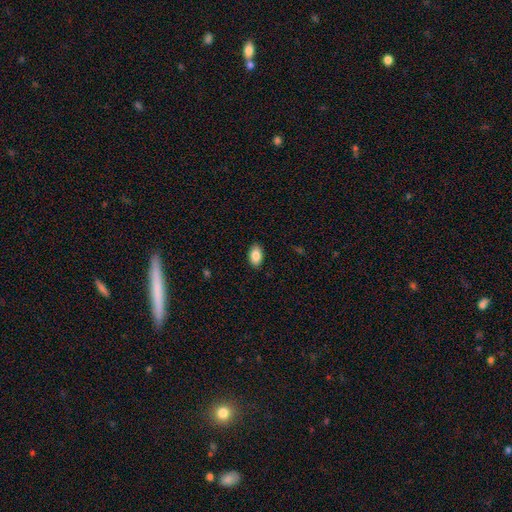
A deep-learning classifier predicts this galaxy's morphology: Overall: smooth (87%). How rounded: in between (93%). Merging: none (88%).